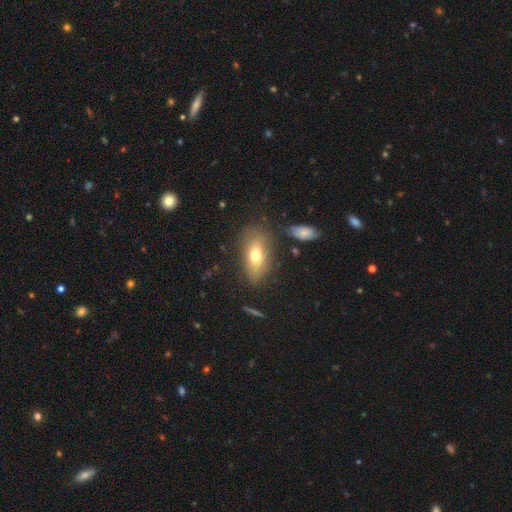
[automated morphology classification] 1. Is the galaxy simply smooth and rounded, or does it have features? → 68% smooth, 22% featured or disk, 10% star or artifact.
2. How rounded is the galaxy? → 83% in between, 9% cigar-shaped, 8% round.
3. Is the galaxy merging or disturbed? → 74% none, 16% minor disturbance, 6% major disturbance, 4% merger.